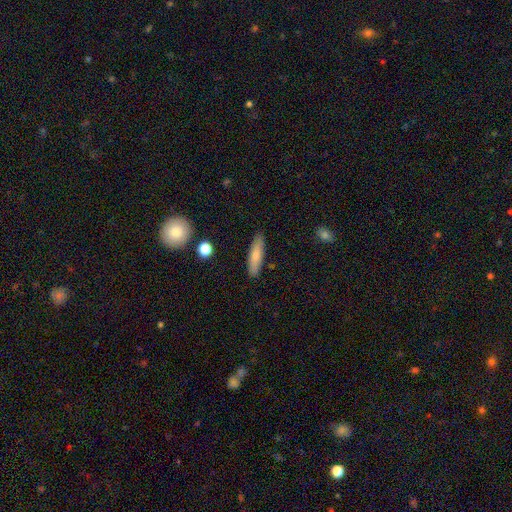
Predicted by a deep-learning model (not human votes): A smooth galaxy with no disk features (74%) that is cigar-shaped (68%). Merging: none (86%).